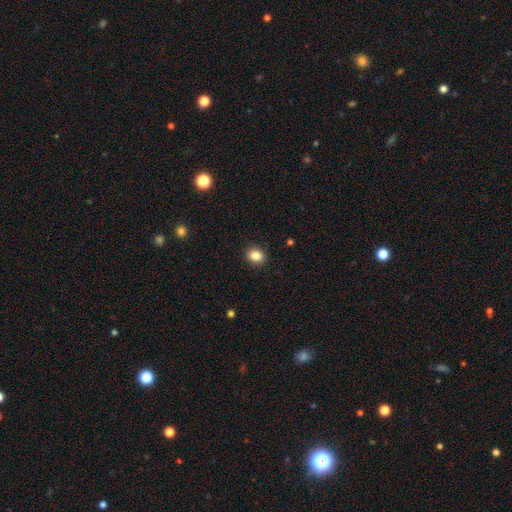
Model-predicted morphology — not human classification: A smooth galaxy with no disk features (85%) that is round (59%).

Vote fractions:
- Smooth or featured? smooth: 85% / star or artifact: 10% / featured or disk: 5%
- How rounded? round: 59% / in between: 40% / cigar-shaped: 1%
- Merging? none: 91% / minor disturbance: 6% / major disturbance: 2% / merger: 1%